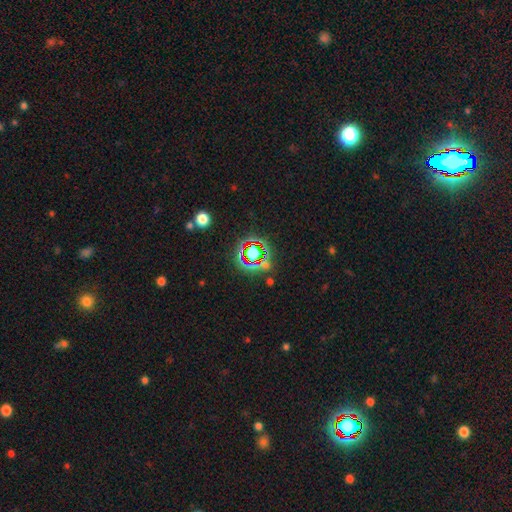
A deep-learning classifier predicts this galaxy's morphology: A star or artifact, not a galaxy (68%).

Vote fractions:
- Smooth or featured? star or artifact: 68% / smooth: 21% / featured or disk: 12%